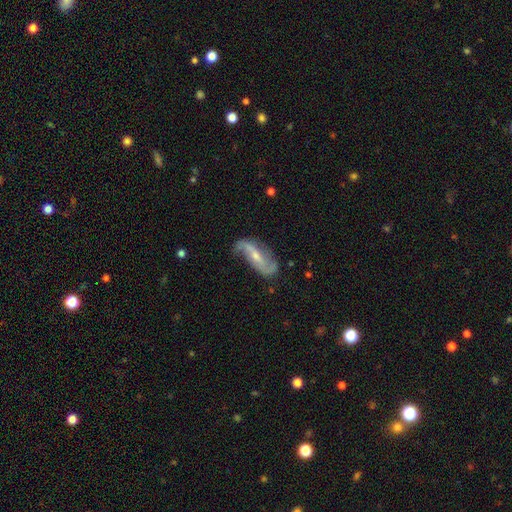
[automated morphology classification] type=featured or disk (84%); edge-on=no (91%); bar=strong (36%); spiral arms=yes (93%); winding=loose (69%); arm count=2 (90%); bulge=small (59%); merging=none (66%).